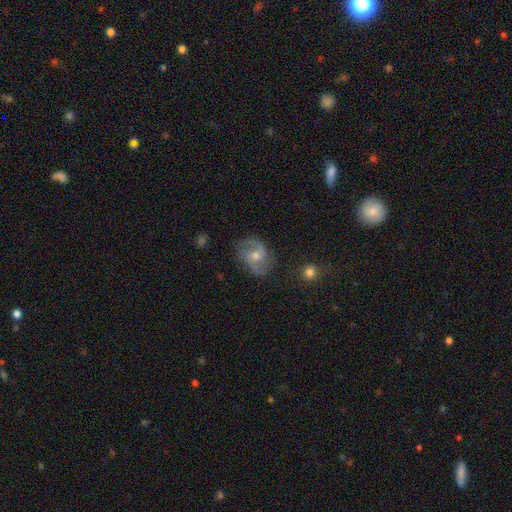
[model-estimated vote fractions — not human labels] Smooth or featured?
  - featured or disk: 80% *
  - smooth: 12%
  - star or artifact: 8%
Edge-on disk?
  - no: 97% *
  - yes: 3%
Bar?
  - no: 48% *
  - weak: 42%
  - strong: 10%
Spiral arms?
  - yes: 94% *
  - no: 6%
Spiral winding?
  - medium: 49% *
  - loose: 34%
  - tight: 17%
Spiral arm count?
  - 2: 85% *
  - can't tell: 6%
  - 3: 4%
  - 1: 3%
  - 4: 1%
  - more than 4: 1%
Bulge size?
  - moderate: 63% *
  - small: 30%
  - large: 3%
  - none: 2%
  - dominant: 1%
Merging?
  - none: 74% *
  - minor disturbance: 17%
  - major disturbance: 7%
  - merger: 2%